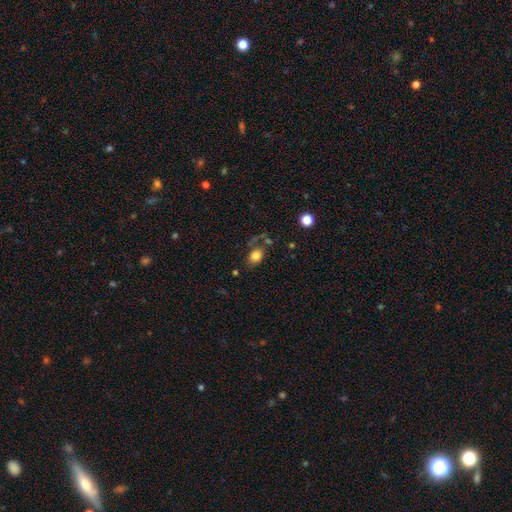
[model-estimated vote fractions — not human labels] Morphology: type=smooth (79%); roundness=in between (59%); merging=none (57%).